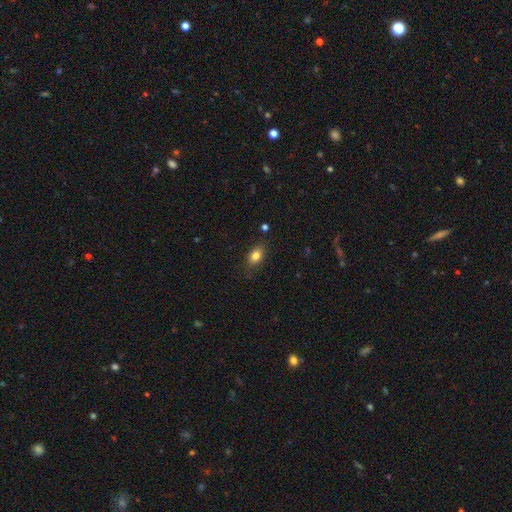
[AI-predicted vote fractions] Smooth or featured? smooth (82%)
How rounded? in between (81%)
Merging? none (82%)